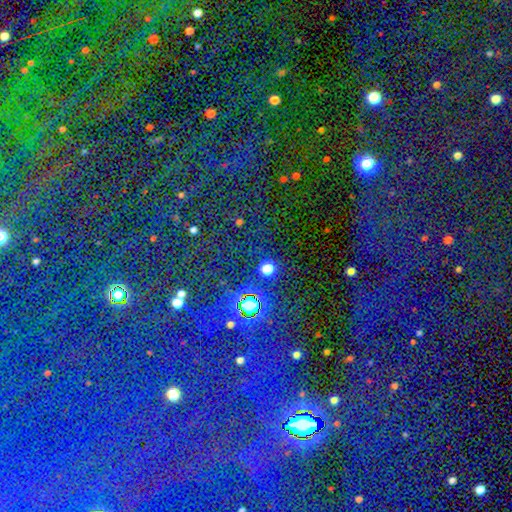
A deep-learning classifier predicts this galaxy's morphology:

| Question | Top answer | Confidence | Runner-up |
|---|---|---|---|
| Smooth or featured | star or artifact | 81% | smooth (12%) |